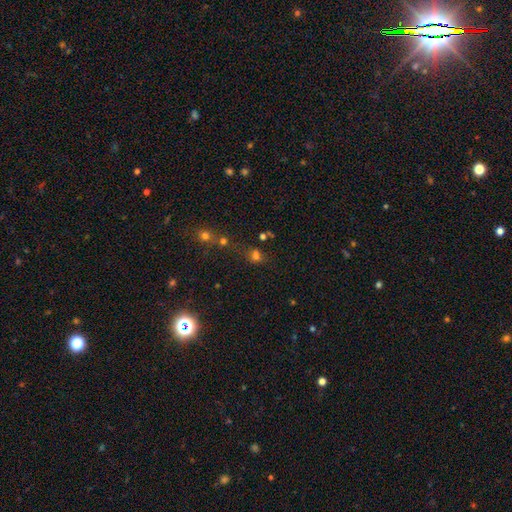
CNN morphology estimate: type=smooth (62%); roundness=round (57%); merging=none (44%).